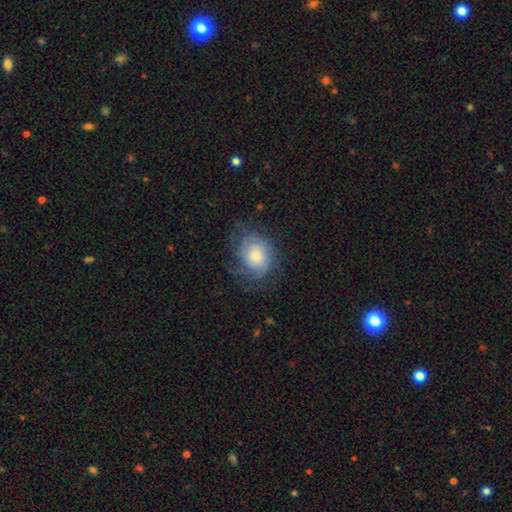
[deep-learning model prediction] Q: Smooth or featured?
A: featured or disk (51%); runner-up: smooth (40%)
Q: Edge-on disk?
A: no (97%); runner-up: yes (3%)
Q: Merging?
A: none (62%); runner-up: minor disturbance (23%)